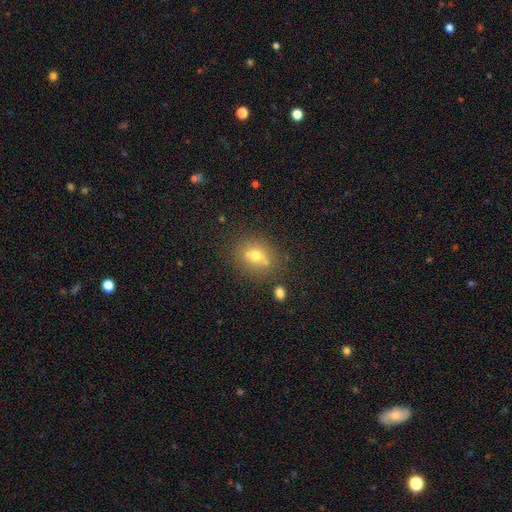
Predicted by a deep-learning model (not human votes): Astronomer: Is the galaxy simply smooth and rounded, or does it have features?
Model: smooth — 56%.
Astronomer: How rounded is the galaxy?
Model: round — 60% (runner-up: in between, 37%).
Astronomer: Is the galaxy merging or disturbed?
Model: none — 64%.